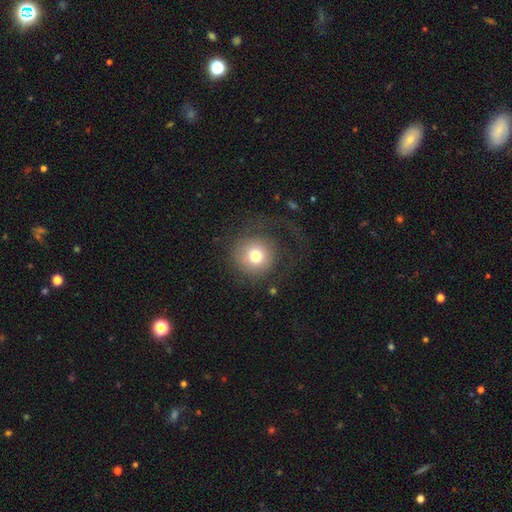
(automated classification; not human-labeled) Smooth or featured: smooth — 68% (featured or disk — 22%)
How rounded: round — 93% (in between — 6%)
Merging: none — 57% (major disturbance — 28%)